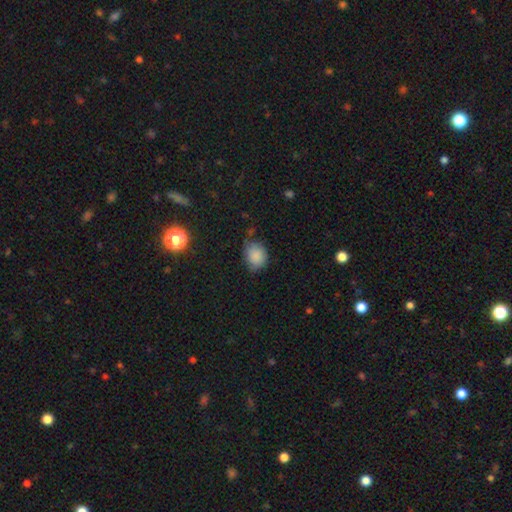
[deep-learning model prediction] A smooth galaxy with no disk features (85%) that is round (56%).

Vote fractions:
- Smooth or featured? smooth: 85% / star or artifact: 9% / featured or disk: 6%
- How rounded? round: 56% / in between: 43% / cigar-shaped: 1%
- Merging? none: 62% / minor disturbance: 29% / major disturbance: 6% / merger: 3%